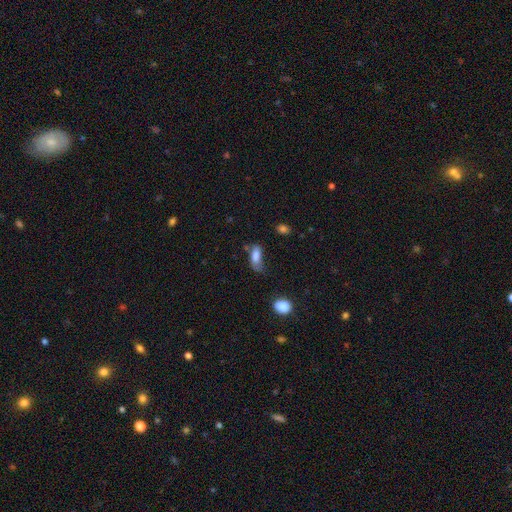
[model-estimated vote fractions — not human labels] Smooth or featured? Predicted: smooth (p=0.76). How rounded? Predicted: in between (p=0.84). Merging? Predicted: minor disturbance (p=0.35, tied with none).